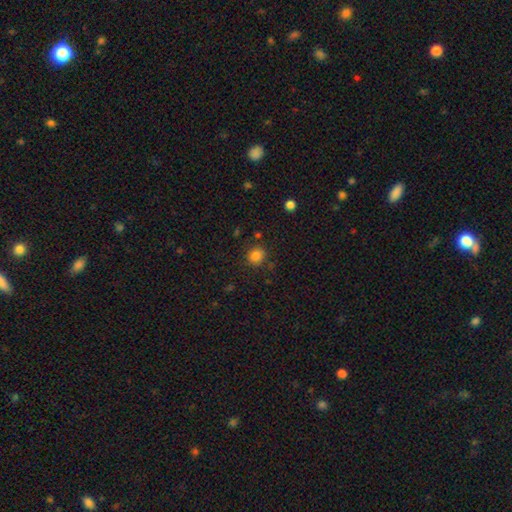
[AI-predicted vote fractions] Smooth or featured: smooth — 82% (star or artifact — 12%)
How rounded: round — 78% (in between — 21%)
Merging: none — 83% (minor disturbance — 10%)